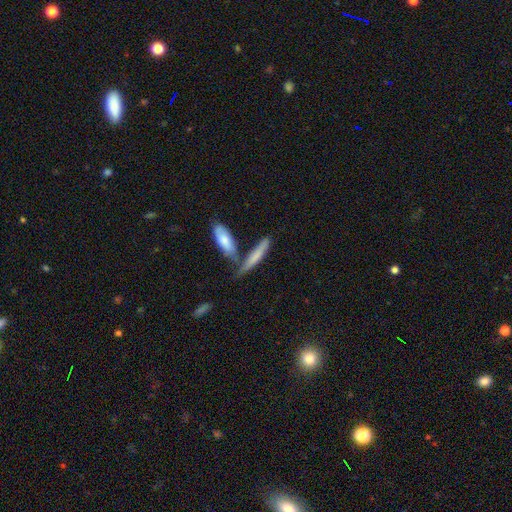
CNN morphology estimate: The model was most divided on "merging": none: 50%, merger: 29%, minor disturbance: 16%, major disturbance: 5%. More confident: how rounded — cigar-shaped (80%); smooth or featured — smooth (68%).